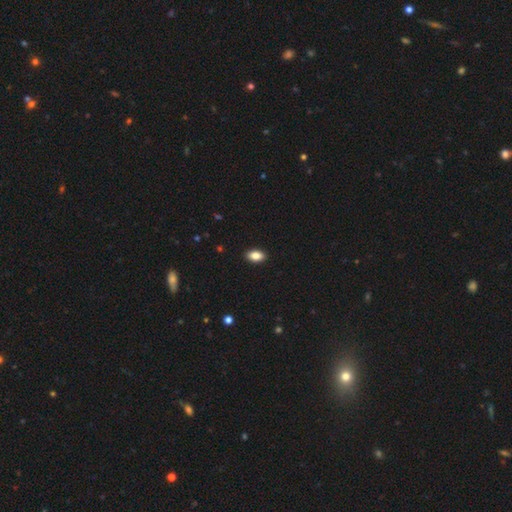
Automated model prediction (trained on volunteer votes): This appears to be a smooth galaxy with no disk features (86%) that is in between round and cigar-shaped (91%). Merging: none (91%).